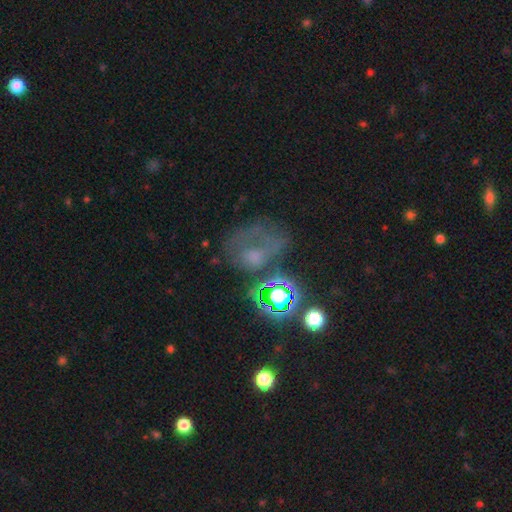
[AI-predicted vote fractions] Morphology: type=smooth (37%); merging=none (37%).